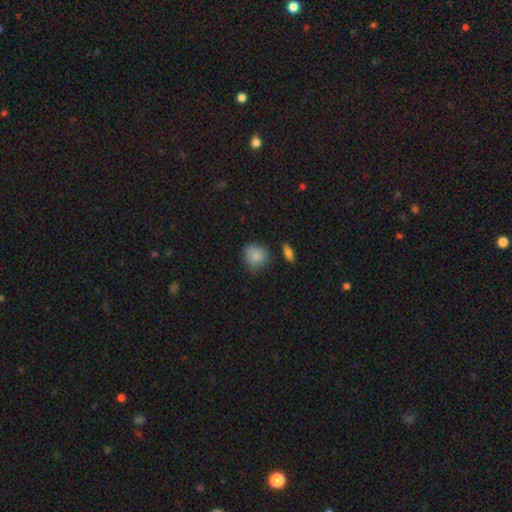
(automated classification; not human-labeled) Overall: smooth (86%). How rounded: round (76%). Merging: none (69%).